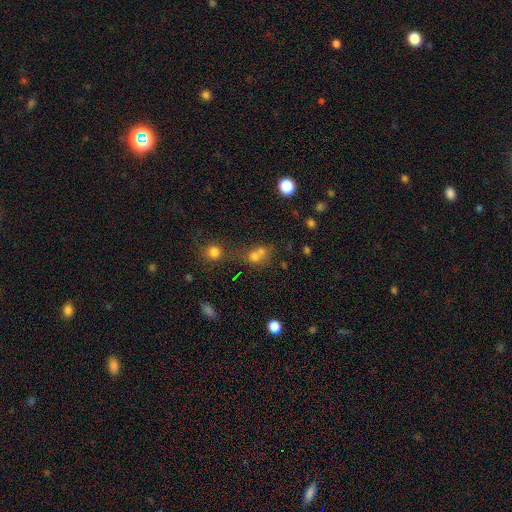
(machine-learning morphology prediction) The model was most divided on "merging": merger: 52%, none: 35%, minor disturbance: 8%, major disturbance: 6%. More confident: how rounded — round (73%); smooth or featured — smooth (63%).